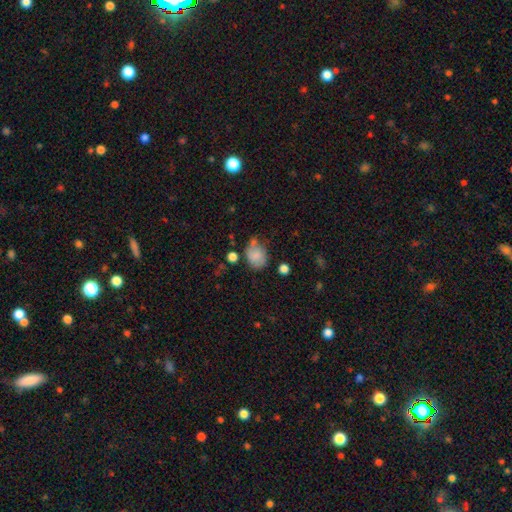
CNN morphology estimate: A smooth galaxy with no disk features (77%) that is in between round and cigar-shaped (61%). Merging: none (46%).